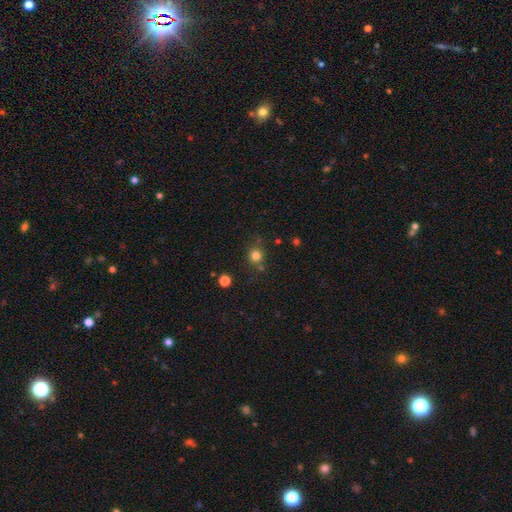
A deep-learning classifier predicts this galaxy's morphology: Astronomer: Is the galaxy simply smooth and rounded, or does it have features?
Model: smooth — 79%.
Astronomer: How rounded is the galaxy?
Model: round — 89%.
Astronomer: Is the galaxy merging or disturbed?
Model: none — 76%.